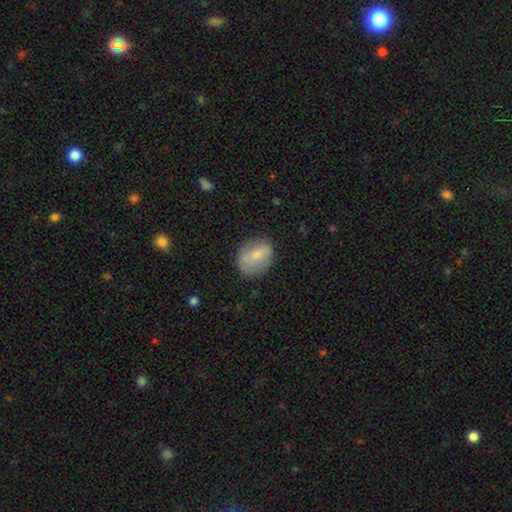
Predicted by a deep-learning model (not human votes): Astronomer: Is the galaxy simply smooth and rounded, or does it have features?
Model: smooth — 65%.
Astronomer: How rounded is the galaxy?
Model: in between — 65%.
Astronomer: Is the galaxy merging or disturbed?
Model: none — 77%.